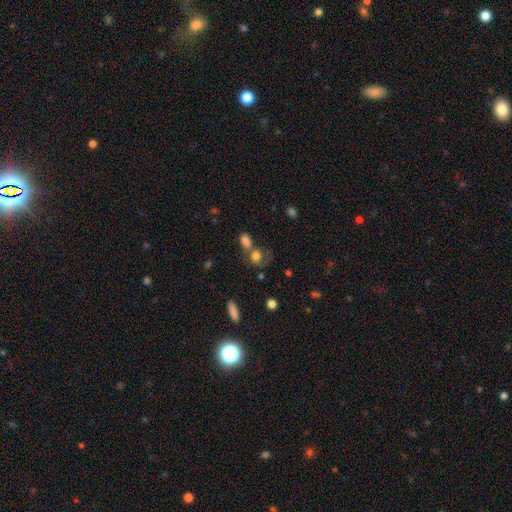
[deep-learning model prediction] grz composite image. It shows a smooth galaxy with no disk features (70%) that is round (55%). Merging: merger (45%).